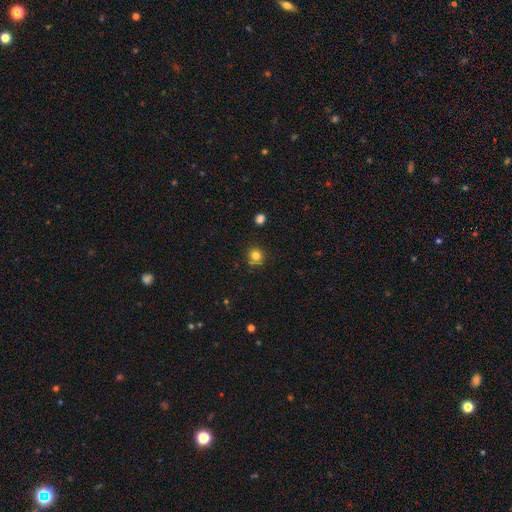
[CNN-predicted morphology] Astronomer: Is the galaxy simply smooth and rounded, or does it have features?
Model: smooth — 81%.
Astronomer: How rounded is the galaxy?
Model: round — 90%.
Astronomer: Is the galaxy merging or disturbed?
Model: none — 82%.